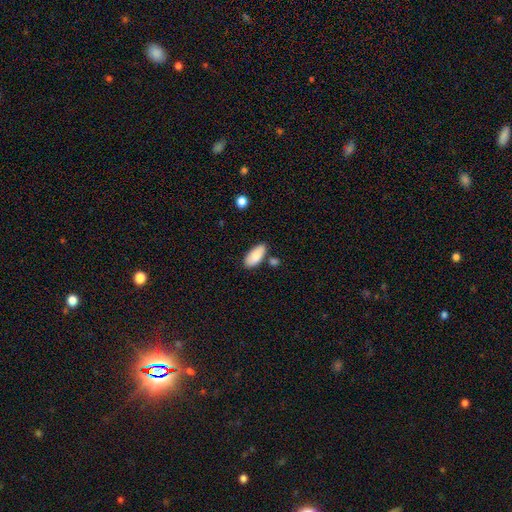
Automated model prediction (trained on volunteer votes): This appears to be a smooth galaxy with no disk features (85%) that is in between round and cigar-shaped (90%). Merging: none (73%).